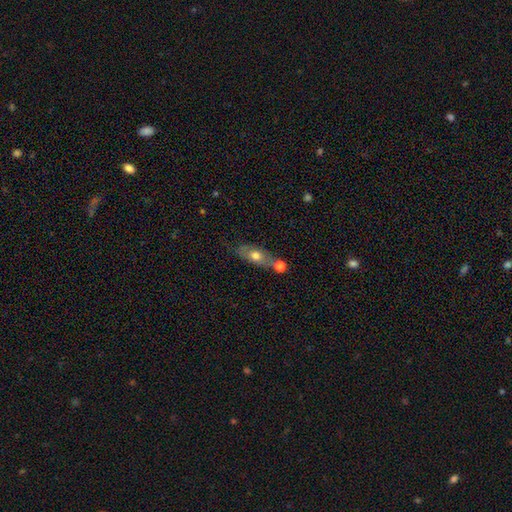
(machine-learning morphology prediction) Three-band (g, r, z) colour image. It shows a smooth galaxy with no disk features (61%) that is in between round and cigar-shaped (67%). Merging: none (50%).